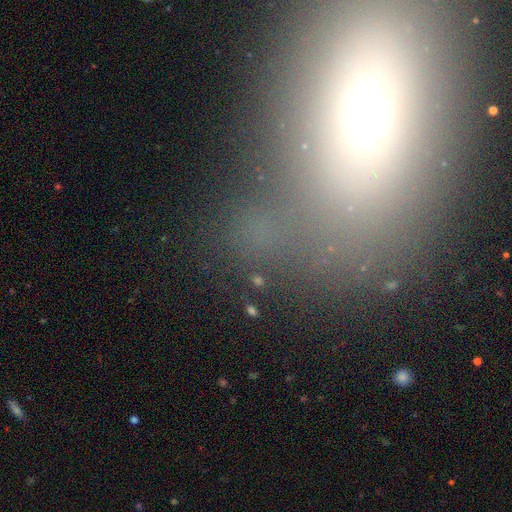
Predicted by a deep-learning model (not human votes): The model was most divided on "smooth or featured": smooth: 44%, star or artifact: 33%, featured or disk: 24%. More confident: merging — none (57%).